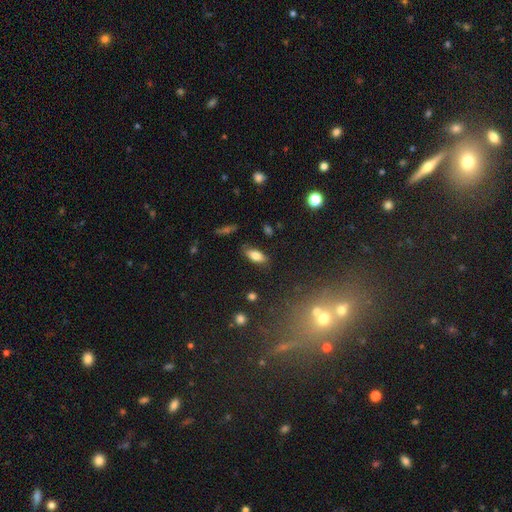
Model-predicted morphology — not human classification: Smooth or featured? smooth (79%)
How rounded? in between (83%)
Merging? none (84%)